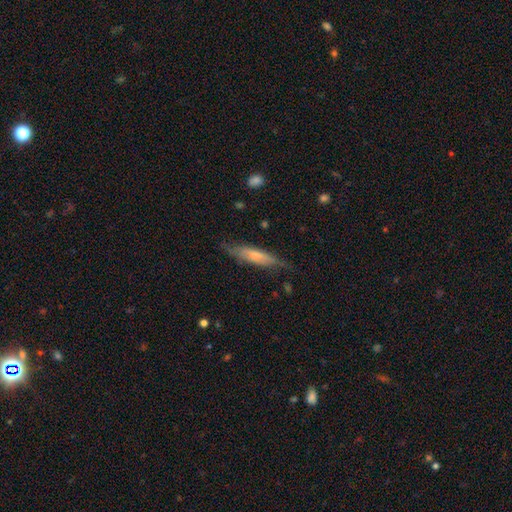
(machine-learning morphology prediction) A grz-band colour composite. It shows a smooth galaxy with no disk features (54%) that is cigar-shaped (73%). Merging: none (70%).